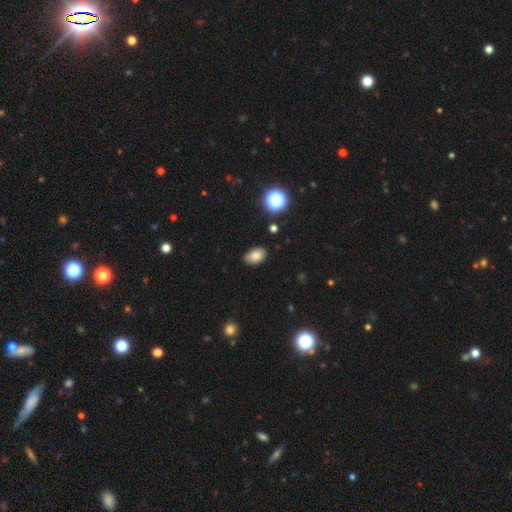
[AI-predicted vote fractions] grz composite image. It shows a smooth galaxy with no disk features (82%) that is in between round and cigar-shaped (88%). Merging: none (85%).